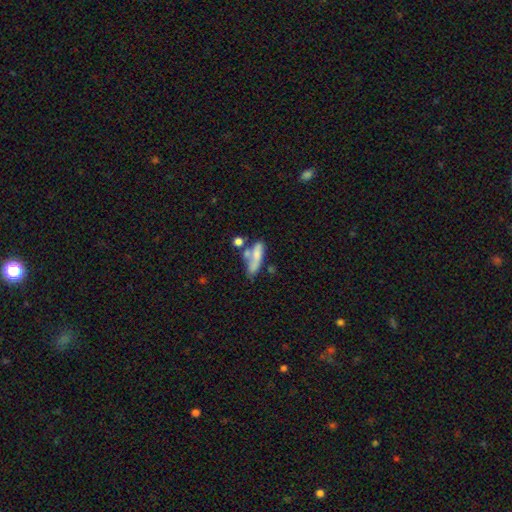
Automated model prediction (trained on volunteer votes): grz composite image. It shows a smooth galaxy with no disk features (63%) that is in between round and cigar-shaped (48%, tied with cigar-shaped). Merging: merger (37%).